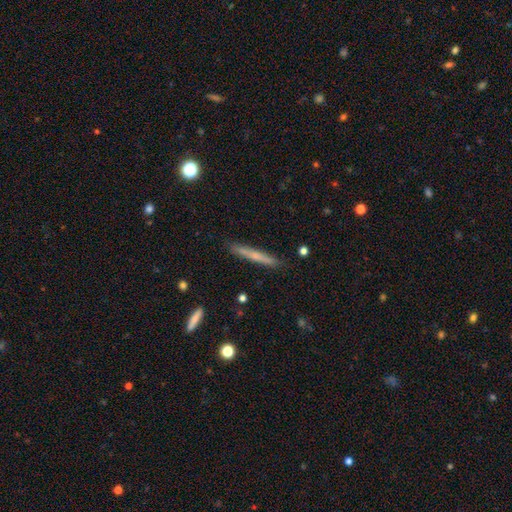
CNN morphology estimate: smooth 57%, featured or disk 37%, star or artifact 6%. Down the decision tree: how rounded — cigar-shaped (96%); merging — none (88%).